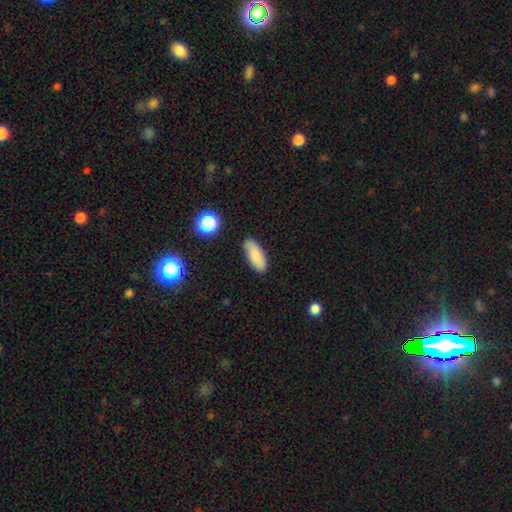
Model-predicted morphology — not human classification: The model was most divided on "how rounded": in between: 76%, cigar-shaped: 21%, round: 2%. More confident: smooth or featured — smooth (85%); merging — none (79%).